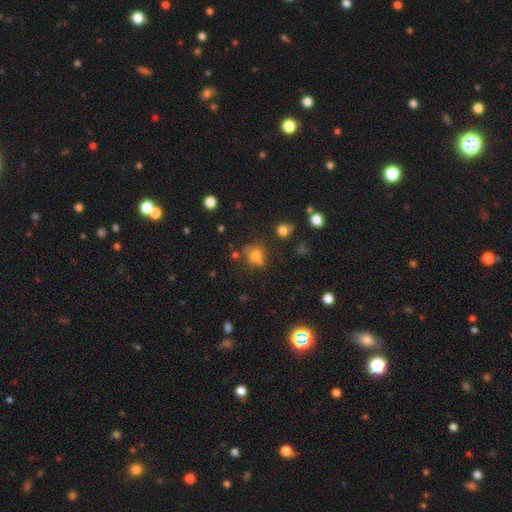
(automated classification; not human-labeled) This appears to be a smooth galaxy with no disk features (70%) that is round (67%). Merging: none (54%).